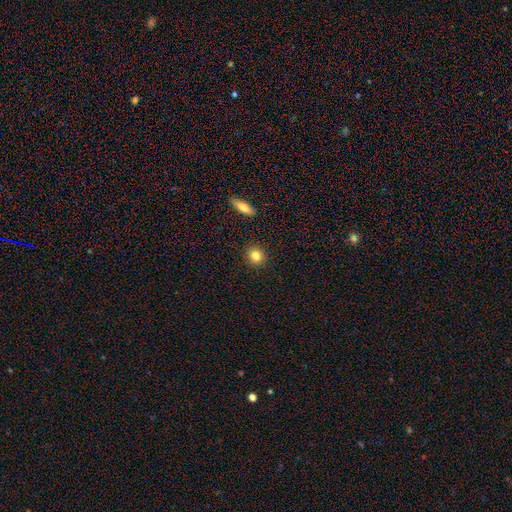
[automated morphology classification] A smooth galaxy with no disk features (83%) that is round (88%). Merging: none (92%).